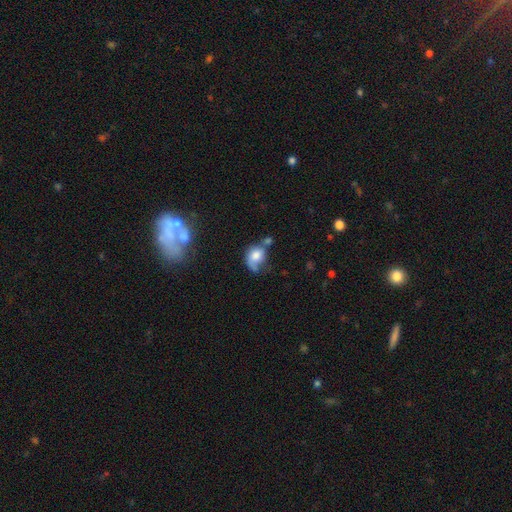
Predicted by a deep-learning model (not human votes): smooth 66%, featured or disk 25%, star or artifact 10%. Down the decision tree: how rounded — round (51%); merging — none (28%).